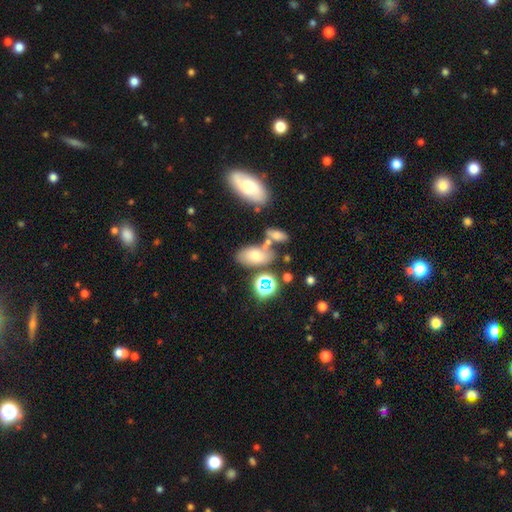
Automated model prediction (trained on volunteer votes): Q: Smooth or featured?
A: smooth (68%); runner-up: featured or disk (17%)
Q: How rounded?
A: in between (89%); runner-up: round (7%)
Q: Merging?
A: none (59%); runner-up: merger (20%)